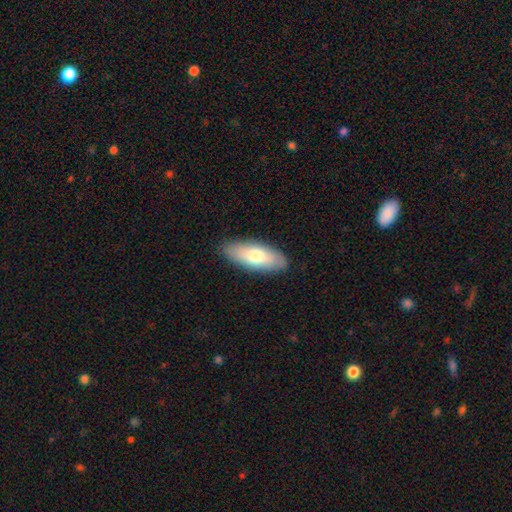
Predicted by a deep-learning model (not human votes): smooth 72%, featured or disk 23%, star or artifact 5%. Down the decision tree: how rounded — in between (78%); merging — none (87%).